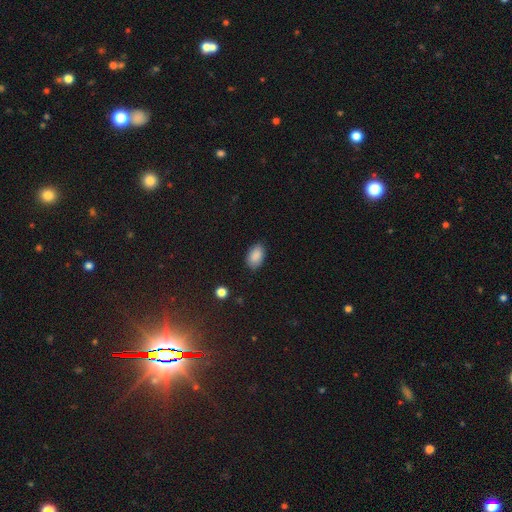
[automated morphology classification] Overall: smooth (89%). How rounded: in between (91%). Merging: none (83%).